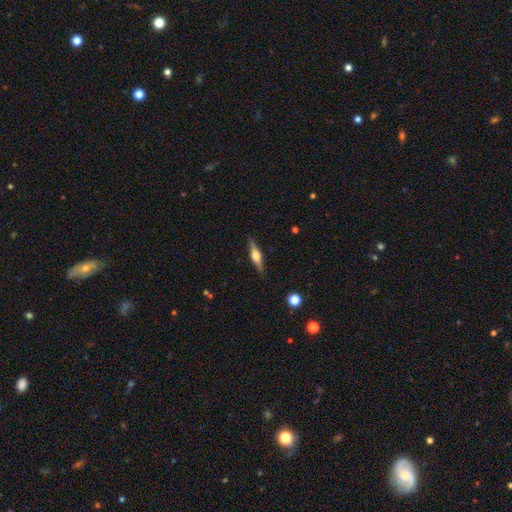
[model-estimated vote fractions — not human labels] Smooth or featured? Predicted: featured or disk (p=0.71). Edge-on disk? Predicted: yes (p=0.97). Edge-on bulge? Predicted: rounded (p=0.87). Merging? Predicted: none (p=0.89).